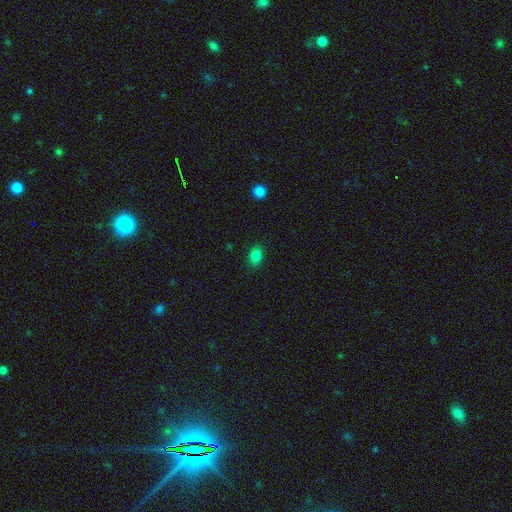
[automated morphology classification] Smooth or featured? Predicted: smooth (p=0.83). How rounded? Predicted: in between (p=0.72). Merging? Predicted: none (p=0.87).